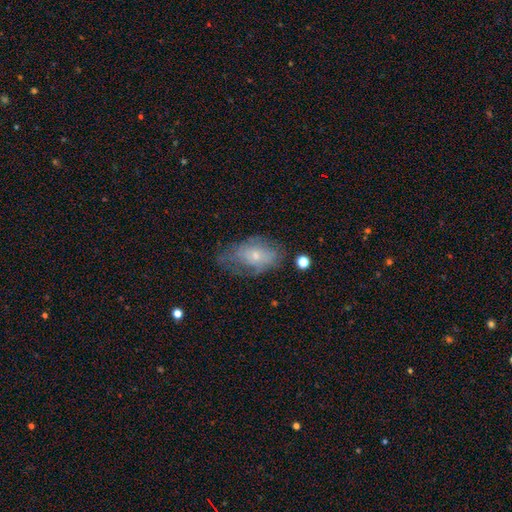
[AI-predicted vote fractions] This appears to be a smooth galaxy with no disk features (50%) that is in between round and cigar-shaped (88%). Merging: none (41%).